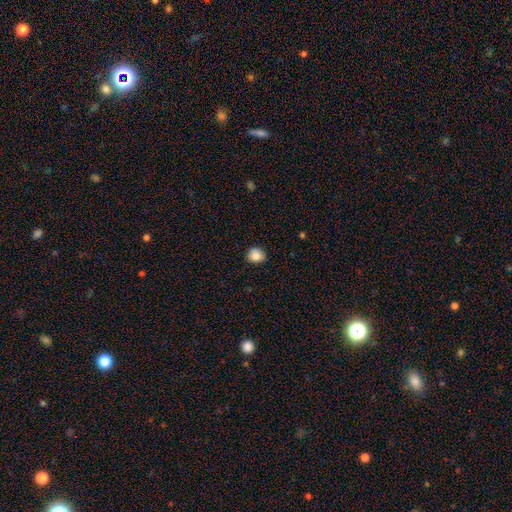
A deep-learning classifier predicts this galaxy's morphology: Overall: smooth (85%). How rounded: round (73%). Merging: none (85%).